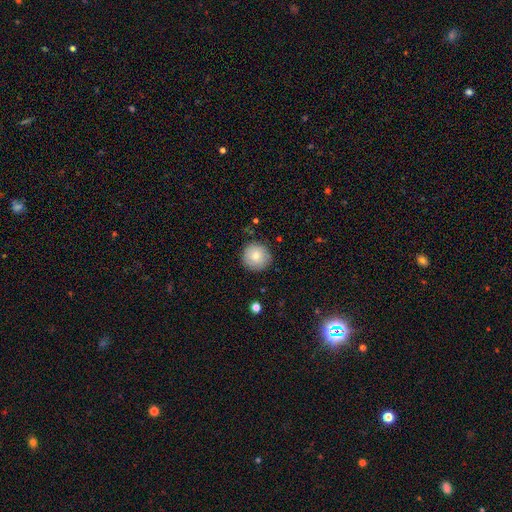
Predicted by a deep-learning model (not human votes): smooth-or-featured: smooth: 78% | featured or disk: 14% | star or artifact: 8%
  how-rounded: round: 95% | in between: 4% | cigar-shaped: 1%
  merging: none: 85% | minor disturbance: 11% | major disturbance: 2% | merger: 1%